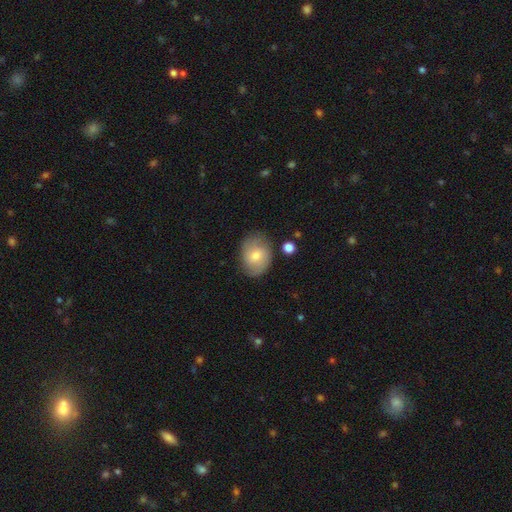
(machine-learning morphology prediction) Smooth or featured: smooth — 63% (featured or disk — 29%)
How rounded: in between — 59% (round — 40%)
Merging: none — 77% (minor disturbance — 17%)